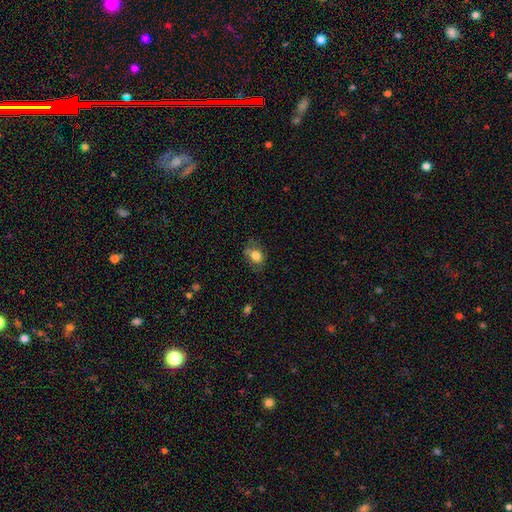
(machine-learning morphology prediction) This appears to be a smooth galaxy with no disk features (78%) that is in between round and cigar-shaped (68%). Merging: none (58%).